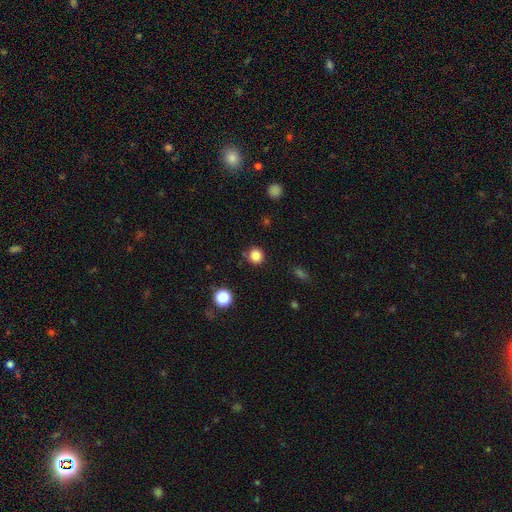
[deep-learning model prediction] A smooth galaxy with no disk features (84%) that is round (93%).

Vote fractions:
- Smooth or featured? smooth: 84% / star or artifact: 12% / featured or disk: 4%
- How rounded? round: 93% / in between: 6% / cigar-shaped: 1%
- Merging? none: 86% / minor disturbance: 8% / merger: 3% / major disturbance: 3%